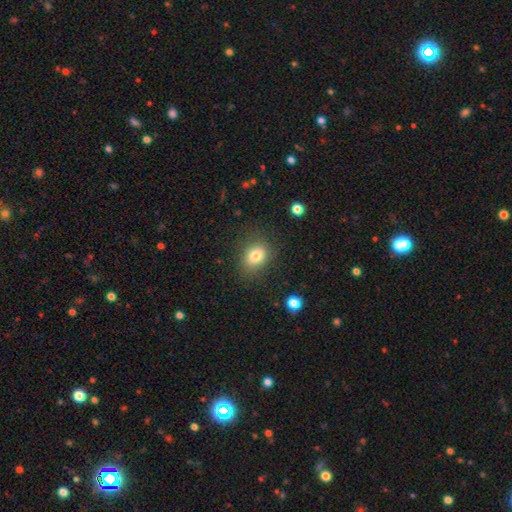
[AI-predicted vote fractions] Smooth or featured?
  - smooth: 79% *
  - star or artifact: 11%
  - featured or disk: 10%
How rounded?
  - in between: 62% *
  - round: 36%
  - cigar-shaped: 1%
Merging?
  - none: 80% *
  - minor disturbance: 13%
  - major disturbance: 5%
  - merger: 2%